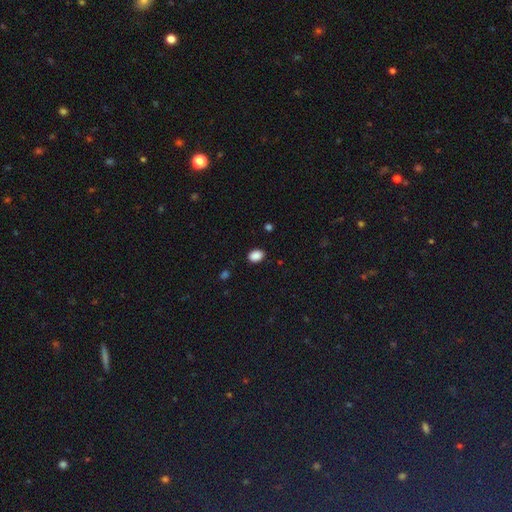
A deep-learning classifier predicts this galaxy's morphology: A smooth galaxy with no disk features (89%) that is in between round and cigar-shaped (77%). Merging: none (87%).